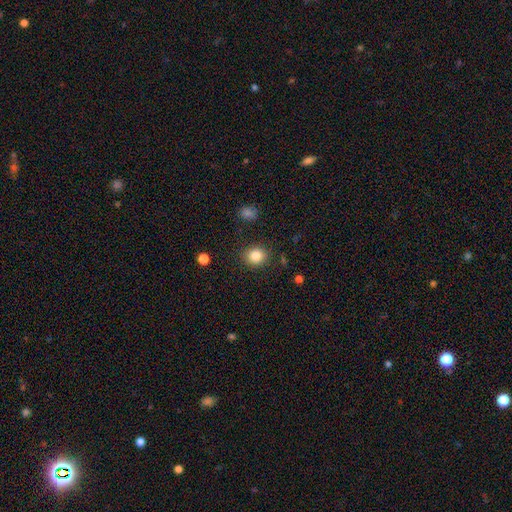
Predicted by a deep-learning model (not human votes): smooth 84%, star or artifact 10%, featured or disk 6%. Down the decision tree: how rounded — round (74%); merging — none (87%).